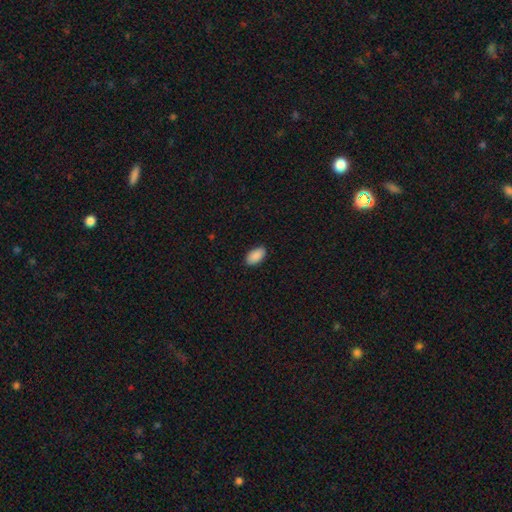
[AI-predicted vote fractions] The model was most divided on "merging": none: 88%, minor disturbance: 9%, major disturbance: 2%, merger: 1%. More confident: how rounded — in between (95%); smooth or featured — smooth (91%).